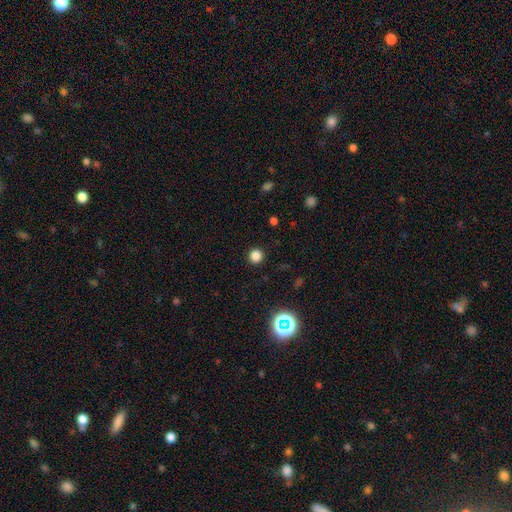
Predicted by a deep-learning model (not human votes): Q: Smooth or featured?
A: smooth (82%); runner-up: star or artifact (15%)
Q: How rounded?
A: round (95%); runner-up: in between (4%)
Q: Merging?
A: none (92%); runner-up: minor disturbance (5%)